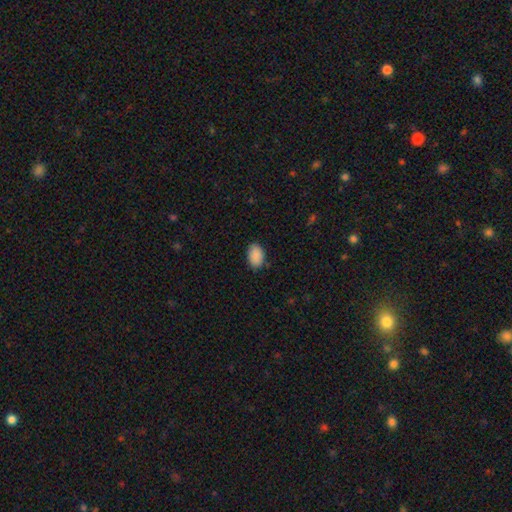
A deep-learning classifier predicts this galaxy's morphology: Q: Smooth or featured?
A: smooth (90%); runner-up: star or artifact (7%)
Q: How rounded?
A: in between (88%); runner-up: round (11%)
Q: Merging?
A: none (84%); runner-up: minor disturbance (13%)